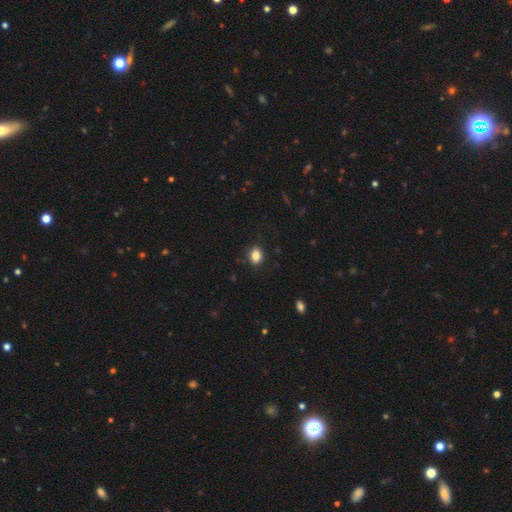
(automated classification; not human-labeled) Smooth or featured: smooth — 85% (star or artifact — 10%)
How rounded: in between — 67% (round — 31%)
Merging: none — 87% (minor disturbance — 10%)